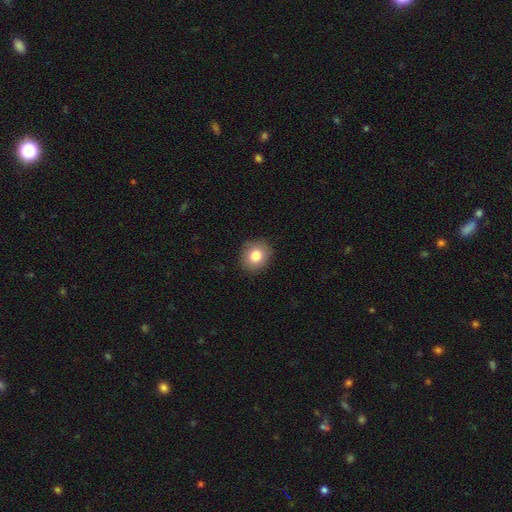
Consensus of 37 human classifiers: Overall: smooth (89%). How rounded: round (82%). Merging: none (86%).